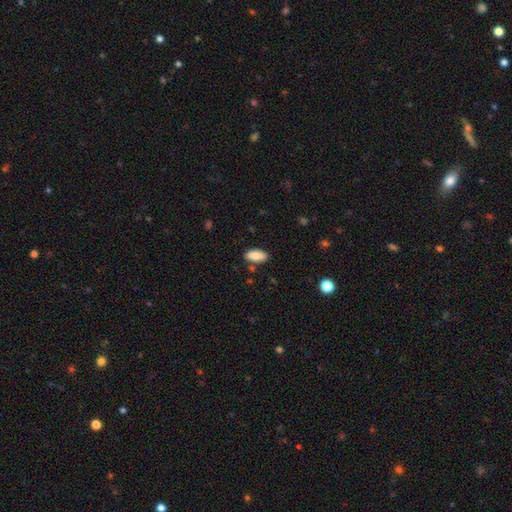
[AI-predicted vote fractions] smooth-or-featured: smooth: 86% | featured or disk: 7% | star or artifact: 7%
  how-rounded: in between: 90% | cigar-shaped: 8% | round: 2%
  merging: none: 84% | minor disturbance: 11% | merger: 3% | major disturbance: 2%